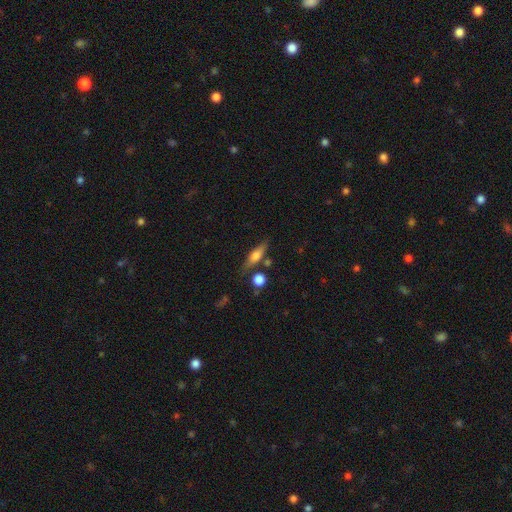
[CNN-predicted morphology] This is possibly a featured or disk galaxy (47%). Merging: likely none (74%).